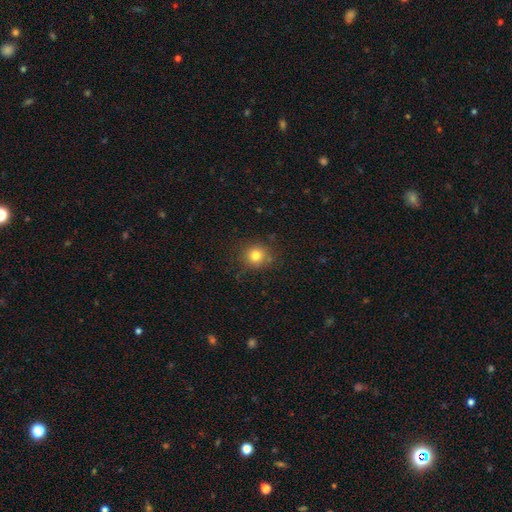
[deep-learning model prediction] This is clearly a smooth galaxy (80%). How rounded: clearly round (88%). Merging: clearly none (82%).